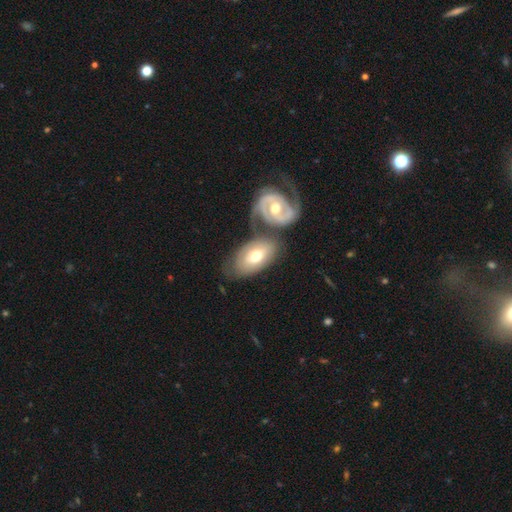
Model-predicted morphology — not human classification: This is possibly a featured or disk galaxy (52%). It is clearly not viewed edge-on (90%). Merging: marginally none (44%).